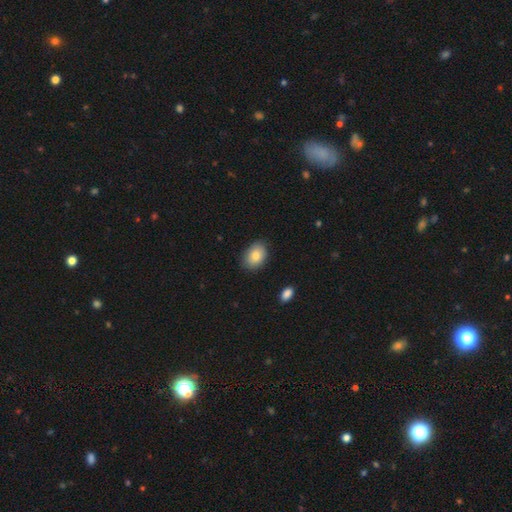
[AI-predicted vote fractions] Smooth or featured? smooth (82%)
How rounded? in between (80%)
Merging? none (84%)